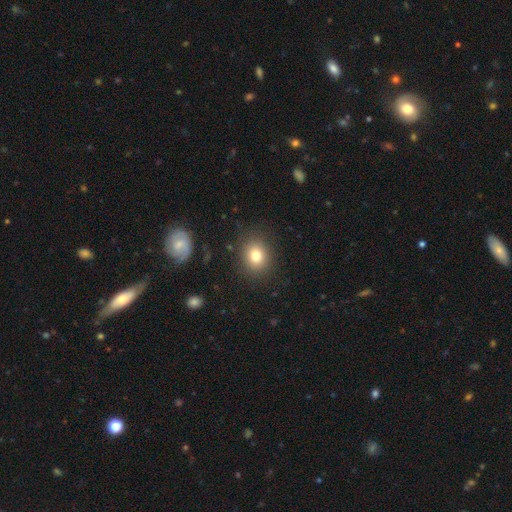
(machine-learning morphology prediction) smooth 79%, star or artifact 11%, featured or disk 10%. Down the decision tree: how rounded — round (66%); merging — none (86%).